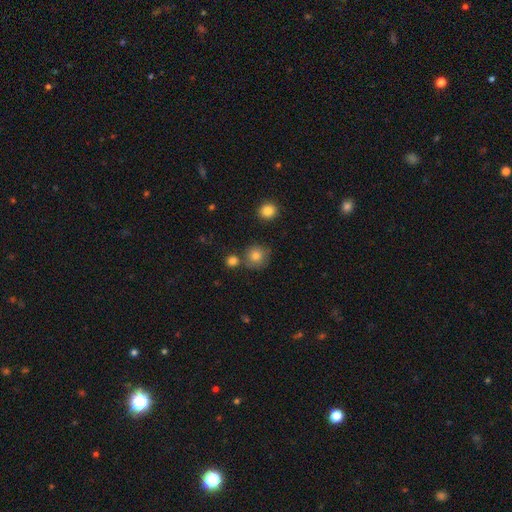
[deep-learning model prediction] A smooth galaxy with no disk features (82%) that is round (90%).

Vote fractions:
- Smooth or featured? smooth: 82% / star or artifact: 11% / featured or disk: 8%
- How rounded? round: 90% / in between: 9% / cigar-shaped: 1%
- Merging? none: 71% / merger: 13% / minor disturbance: 12% / major disturbance: 4%